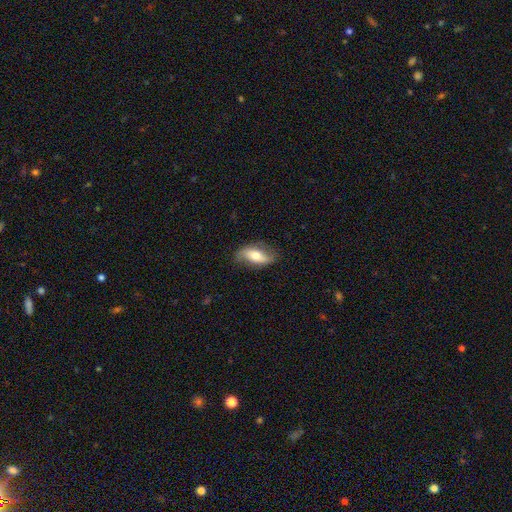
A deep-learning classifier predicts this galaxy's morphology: Smooth or featured? Predicted: featured or disk (p=0.48). Merging? Predicted: none (p=0.75).